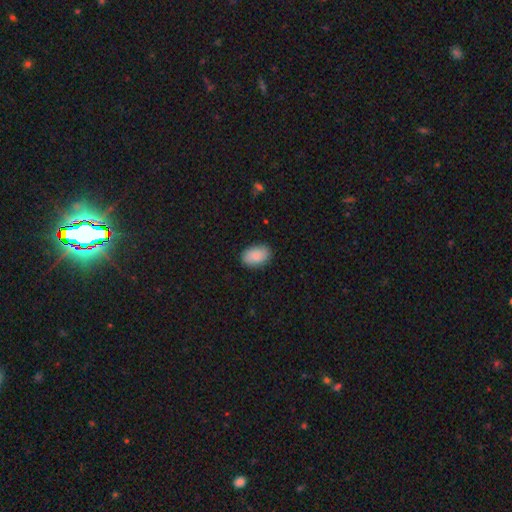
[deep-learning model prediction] smooth_or_featured: smooth (p=0.88) [alt: star or artifact p=0.06]
how_rounded: in between (p=0.88) [alt: round p=0.10]
merging: none (p=0.86) [alt: minor disturbance p=0.11]